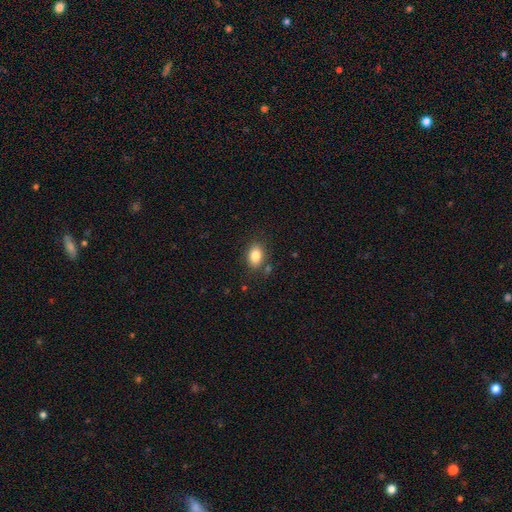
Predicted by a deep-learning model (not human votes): The model was most divided on "how rounded": in between: 80%, round: 19%, cigar-shaped: 1%. More confident: smooth or featured — smooth (83%); merging — none (81%).